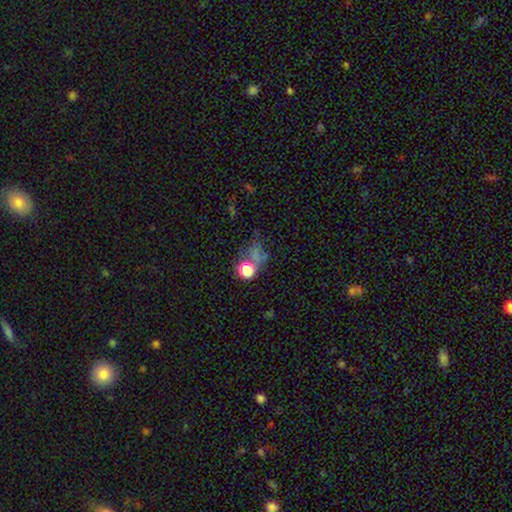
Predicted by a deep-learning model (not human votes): The model was most divided on "smooth or featured": smooth: 54%, star or artifact: 33%, featured or disk: 12%. Remaining: how rounded — round (74%); merging — none (48%).